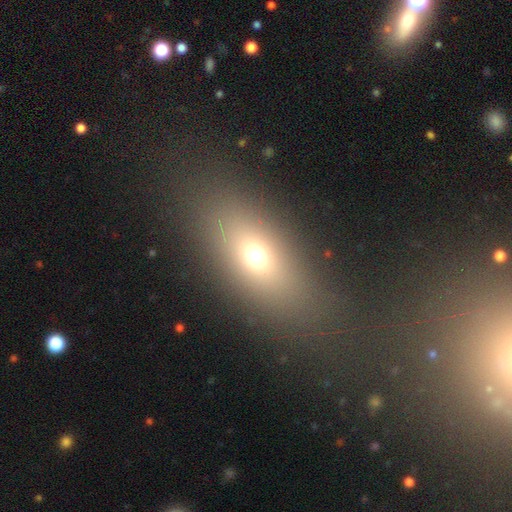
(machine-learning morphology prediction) A smooth galaxy with no disk features (64%) that is in between round and cigar-shaped (71%).

Vote fractions:
- Smooth or featured? smooth: 64% / featured or disk: 21% / star or artifact: 15%
- How rounded? in between: 71% / cigar-shaped: 16% / round: 13%
- Merging? none: 68% / major disturbance: 12% / minor disturbance: 12% / merger: 8%